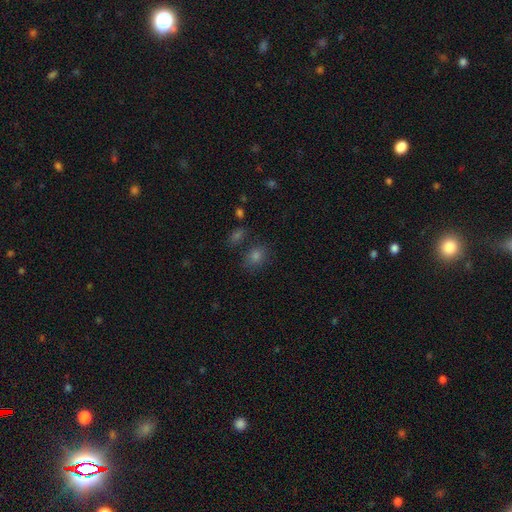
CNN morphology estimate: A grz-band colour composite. It shows a smooth galaxy with no disk features (70%) that is round (51%). Merging: none (75%).